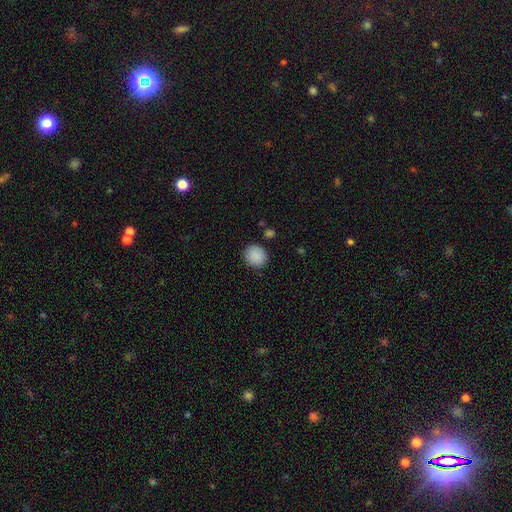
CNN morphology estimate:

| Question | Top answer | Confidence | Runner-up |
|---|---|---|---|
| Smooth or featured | smooth | 89% | star or artifact (8%) |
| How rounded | round | 87% | in between (12%) |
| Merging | none | 88% | minor disturbance (8%) |